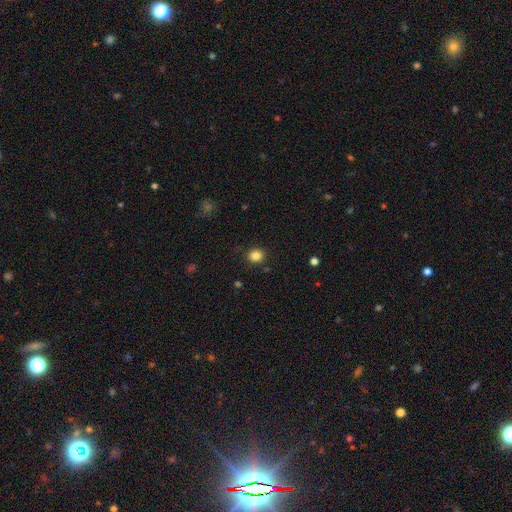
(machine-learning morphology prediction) This appears to be a smooth galaxy with no disk features (84%) that is round (88%). Merging: none (90%).